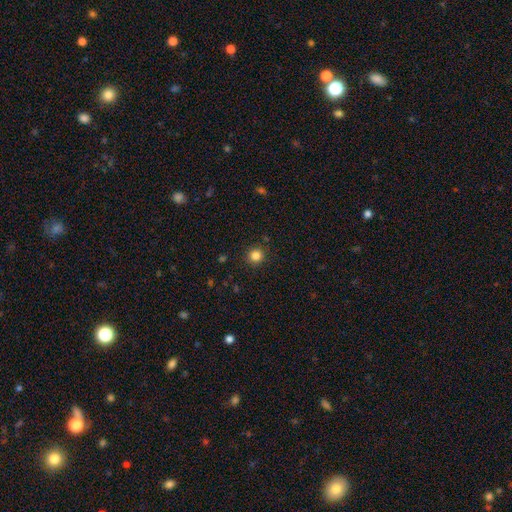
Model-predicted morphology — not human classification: A smooth galaxy with no disk features (83%) that is round (92%).

Vote fractions:
- Smooth or featured? smooth: 83% / star or artifact: 12% / featured or disk: 4%
- How rounded? round: 92% / in between: 7% / cigar-shaped: 1%
- Merging? none: 89% / minor disturbance: 7% / major disturbance: 2% / merger: 1%